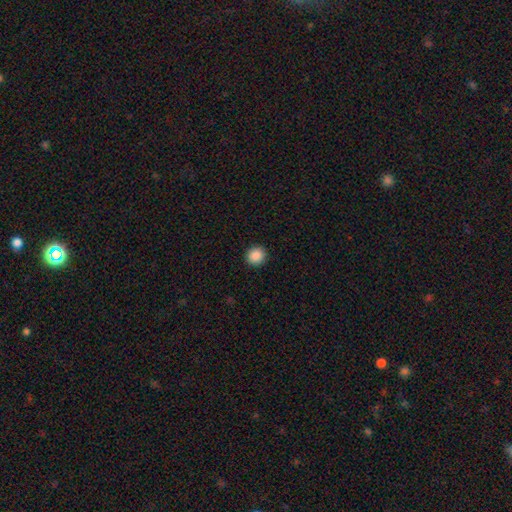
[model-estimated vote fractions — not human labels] A smooth galaxy with no disk features (88%) that is round (90%). Merging: none (92%).